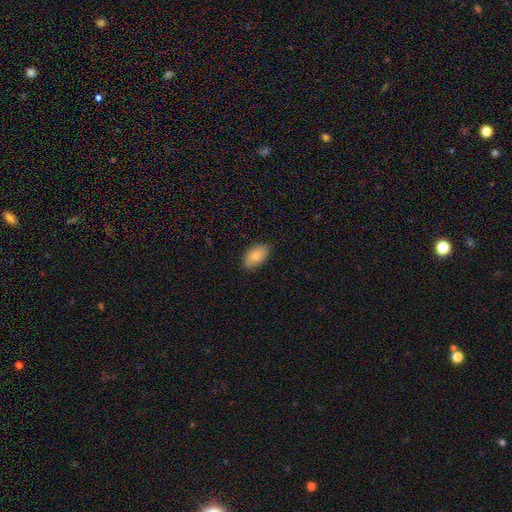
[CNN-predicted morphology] smooth_or_featured: smooth (p=0.84) [alt: featured or disk p=0.09]
how_rounded: in between (p=0.93) [alt: round p=0.05]
merging: none (p=0.85) [alt: minor disturbance p=0.12]